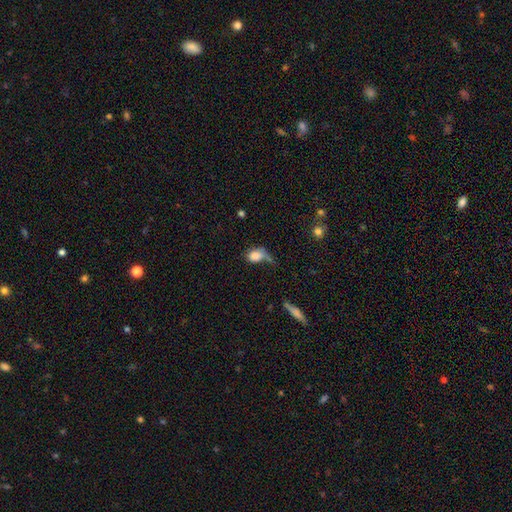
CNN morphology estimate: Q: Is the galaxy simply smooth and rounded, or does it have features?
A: smooth — 75%.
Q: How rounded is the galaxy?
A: in between — 75%.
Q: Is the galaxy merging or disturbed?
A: major disturbance — 36%.